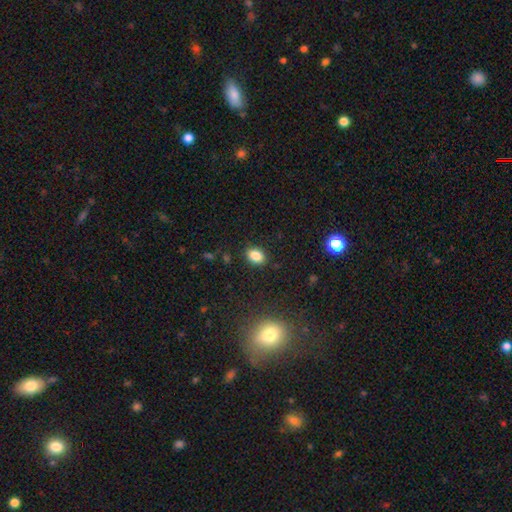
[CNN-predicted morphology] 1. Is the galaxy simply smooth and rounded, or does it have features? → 84% smooth, 11% star or artifact, 6% featured or disk.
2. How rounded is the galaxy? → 76% in between, 23% round, 1% cigar-shaped.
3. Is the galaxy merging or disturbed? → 86% none, 10% minor disturbance, 3% major disturbance, 1% merger.